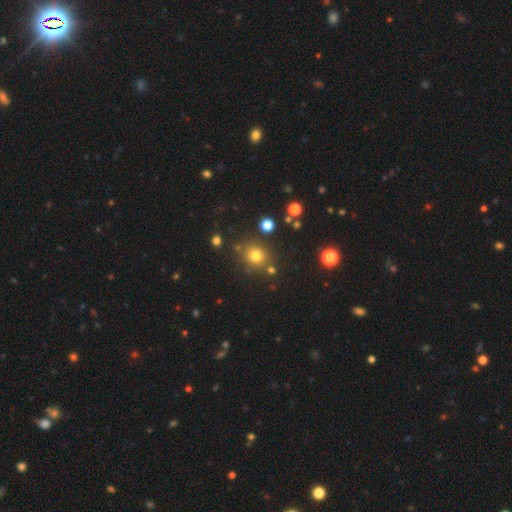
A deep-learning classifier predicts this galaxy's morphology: smooth_or_featured: smooth (p=0.75) [alt: star or artifact p=0.17]
how_rounded: round (p=0.79) [alt: in between p=0.20]
merging: none (p=0.81) [alt: minor disturbance p=0.09]